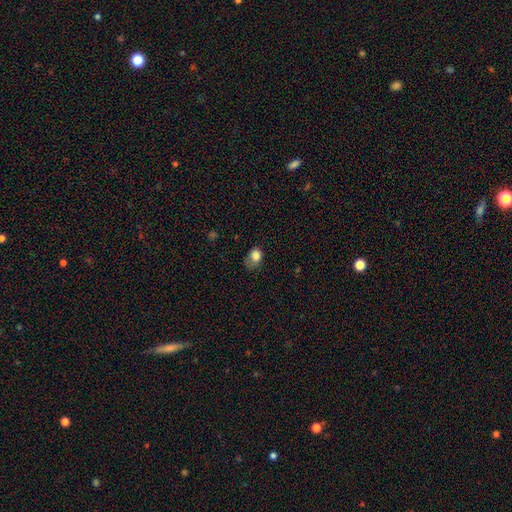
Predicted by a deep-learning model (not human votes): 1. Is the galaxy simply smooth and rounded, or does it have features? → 81% smooth, 10% star or artifact, 9% featured or disk.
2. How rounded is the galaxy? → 53% in between, 46% round, 1% cigar-shaped.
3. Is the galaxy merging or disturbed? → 37% minor disturbance, 35% none, 25% major disturbance, 2% merger.